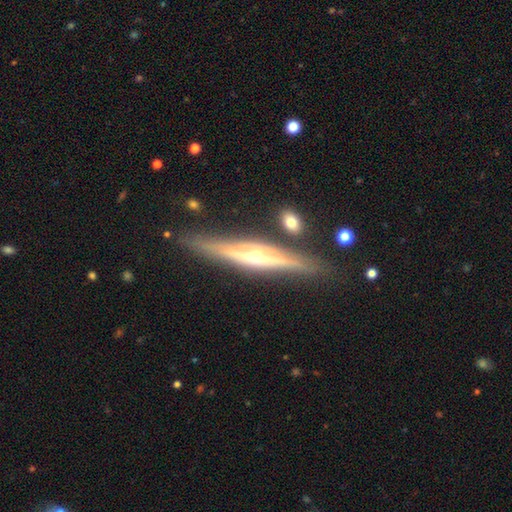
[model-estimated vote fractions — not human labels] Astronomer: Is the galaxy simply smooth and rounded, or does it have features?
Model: featured or disk — 82%.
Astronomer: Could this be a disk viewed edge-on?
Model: yes — 97%.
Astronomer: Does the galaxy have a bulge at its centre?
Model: rounded — 85%.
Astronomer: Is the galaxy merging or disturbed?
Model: none — 84%.